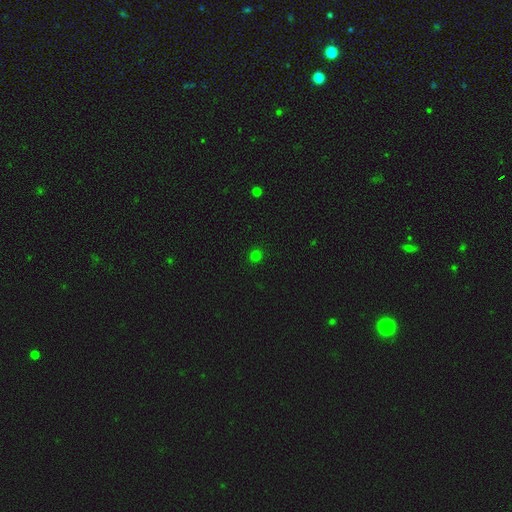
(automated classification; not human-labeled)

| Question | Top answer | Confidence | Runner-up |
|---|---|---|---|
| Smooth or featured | smooth | 76% | star or artifact (20%) |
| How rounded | round | 93% | in between (6%) |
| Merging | none | 92% | minor disturbance (5%) |